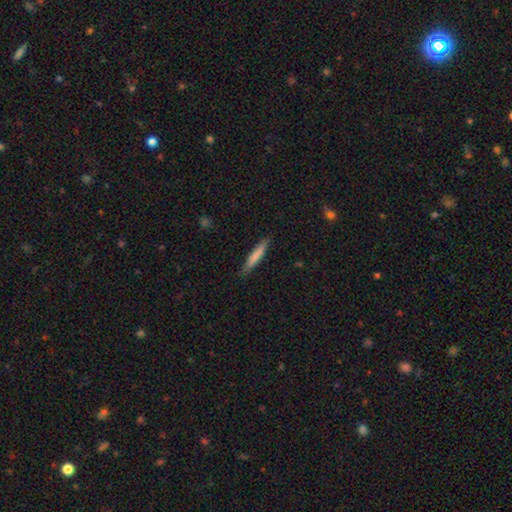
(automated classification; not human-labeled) smooth-or-featured: smooth: 76% | featured or disk: 18% | star or artifact: 6%
  how-rounded: cigar-shaped: 92% | in between: 7% | round: 1%
  merging: none: 86% | minor disturbance: 10% | major disturbance: 2% | merger: 1%